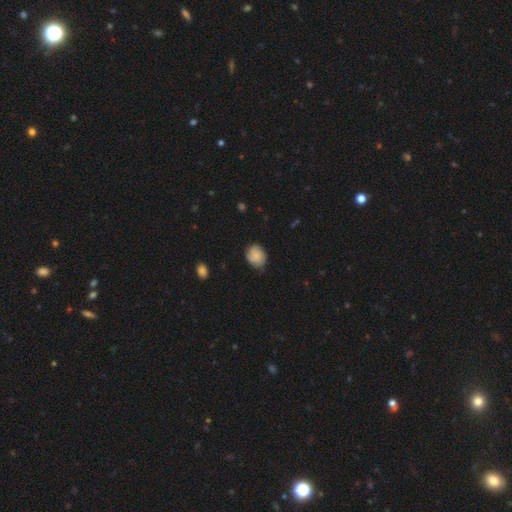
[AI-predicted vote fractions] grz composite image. It shows a smooth galaxy with no disk features (78%) that is round (53%). Merging: none (70%).